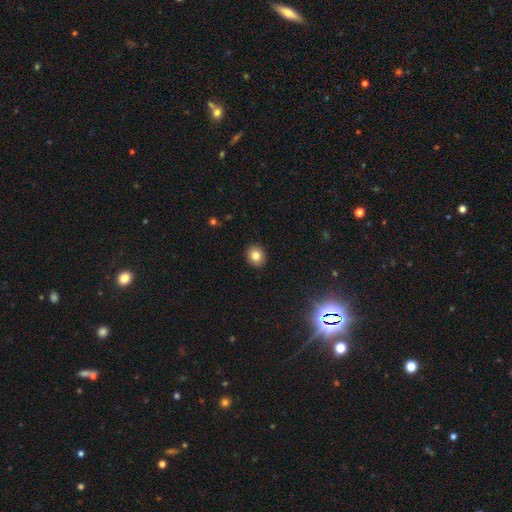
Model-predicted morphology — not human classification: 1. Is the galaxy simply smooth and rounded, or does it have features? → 81% smooth, 11% star or artifact, 8% featured or disk.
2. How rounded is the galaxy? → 80% round, 19% in between, 1% cigar-shaped.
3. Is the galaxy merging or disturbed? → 92% none, 6% minor disturbance, 2% major disturbance, 1% merger.